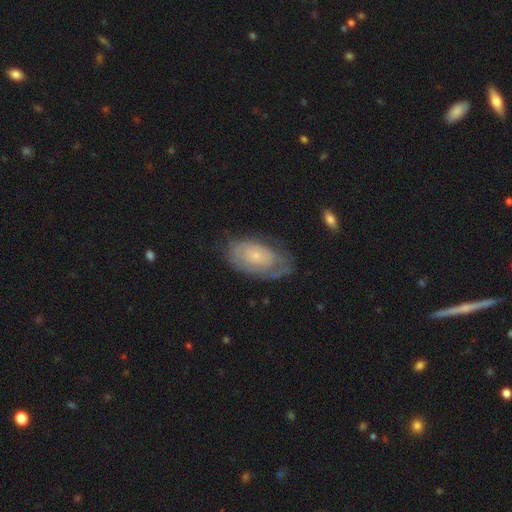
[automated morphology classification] The model was most divided on "smooth or featured": featured or disk: 54%, smooth: 39%, star or artifact: 7%. More confident: edge-on disk — no (93%); bar — no (84%); bulge size — small (73%); spiral arms — yes (59%); merging — none (56%).